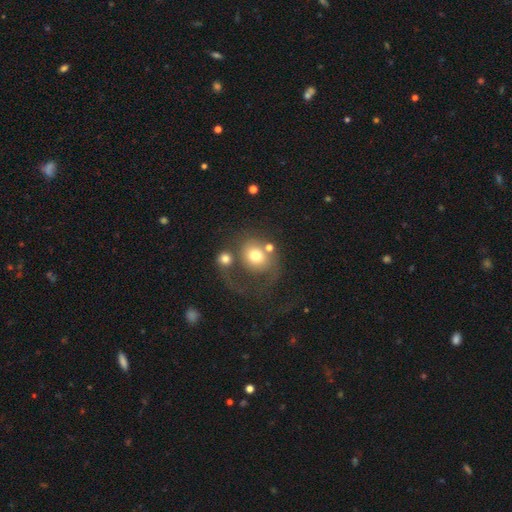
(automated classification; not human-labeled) A smooth galaxy with no disk features (61%) that is round (71%).

Vote fractions:
- Smooth or featured? smooth: 61% / featured or disk: 29% / star or artifact: 11%
- How rounded? round: 71% / in between: 28% / cigar-shaped: 1%
- Merging? major disturbance: 32% / none: 29% / merger: 27% / minor disturbance: 13%